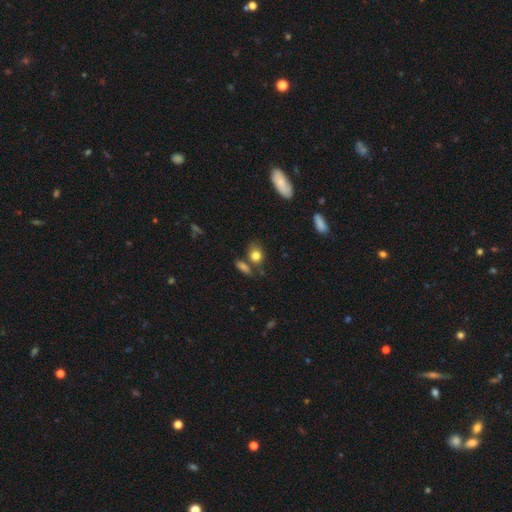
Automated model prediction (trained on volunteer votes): This appears to be a smooth galaxy with no disk features (81%) that is in between round and cigar-shaped (57%). Merging: none (60%).